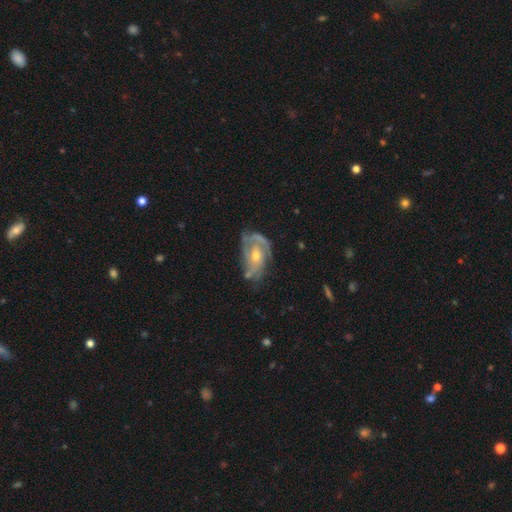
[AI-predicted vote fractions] featured or disk 81%, smooth 13%, star or artifact 6%. Down the decision tree: edge-on disk — no (96%); bar — no (67%); spiral arms — yes (89%); spiral arm count — 2 (40%); spiral winding — tight (45%); bulge size — moderate (59%); merging — none (53%).